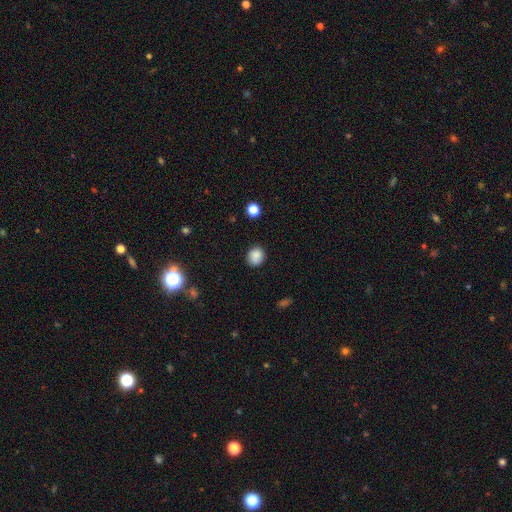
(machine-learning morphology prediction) Smooth or featured?
  - smooth: 85% *
  - star or artifact: 10%
  - featured or disk: 4%
How rounded?
  - round: 78% *
  - in between: 21%
  - cigar-shaped: 1%
Merging?
  - none: 85% *
  - minor disturbance: 11%
  - major disturbance: 3%
  - merger: 1%